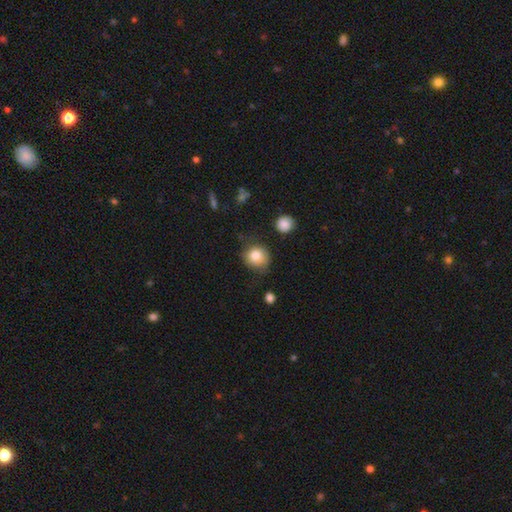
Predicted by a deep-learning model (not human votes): smooth 83%, star or artifact 9%, featured or disk 8%. Down the decision tree: how rounded — round (82%); merging — none (69%).